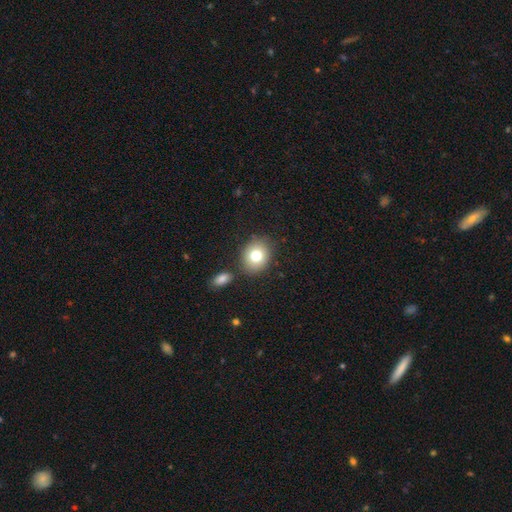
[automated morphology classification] Q: Smooth or featured?
A: smooth (77%); runner-up: featured or disk (12%)
Q: How rounded?
A: round (56%); runner-up: in between (43%)
Q: Merging?
A: none (79%); runner-up: minor disturbance (10%)